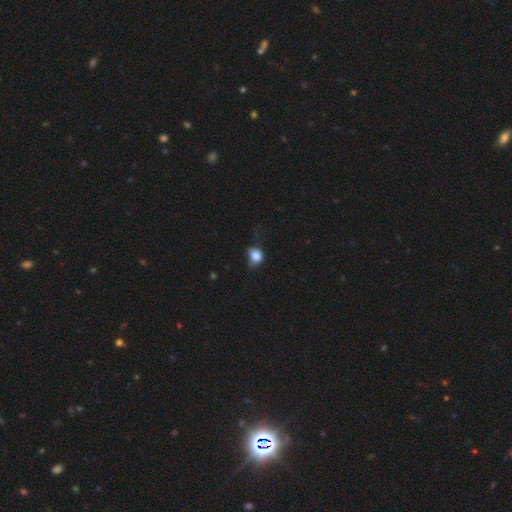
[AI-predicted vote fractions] Q: Smooth or featured?
A: smooth (82%); runner-up: star or artifact (10%)
Q: How rounded?
A: round (60%); runner-up: in between (39%)
Q: Merging?
A: none (44%); runner-up: minor disturbance (36%)